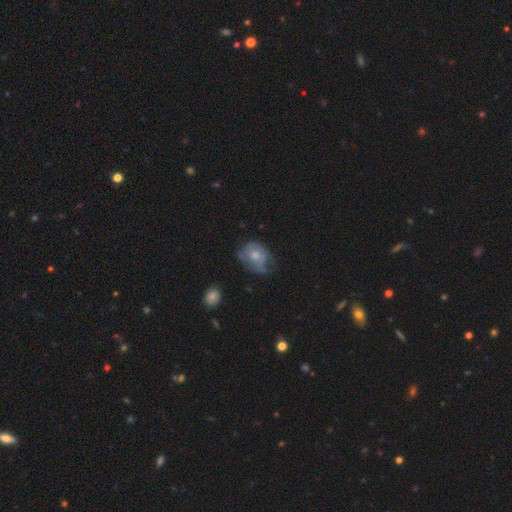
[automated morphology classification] This is possibly a smooth galaxy (54%). How rounded: possibly in between (50%). Merging: marginally none (38%).